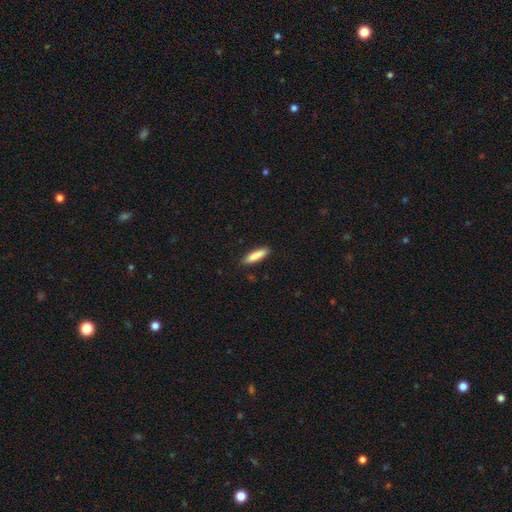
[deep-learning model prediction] This is clearly a smooth galaxy (87%). How rounded: likely cigar-shaped (75%). Merging: clearly none (88%).